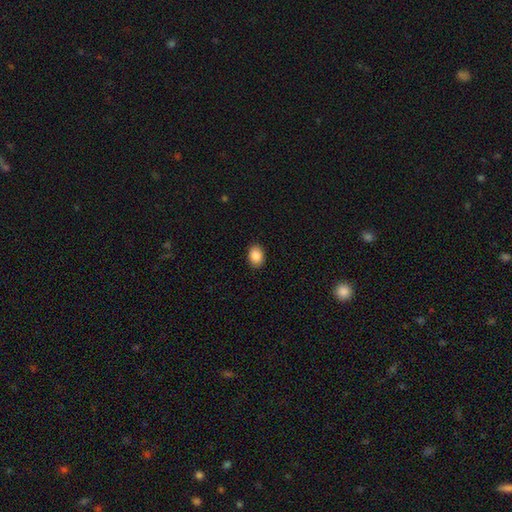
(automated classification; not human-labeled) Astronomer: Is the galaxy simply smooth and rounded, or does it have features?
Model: smooth — 88%.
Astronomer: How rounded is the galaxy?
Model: in between — 72%.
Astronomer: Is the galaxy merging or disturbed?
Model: none — 90%.